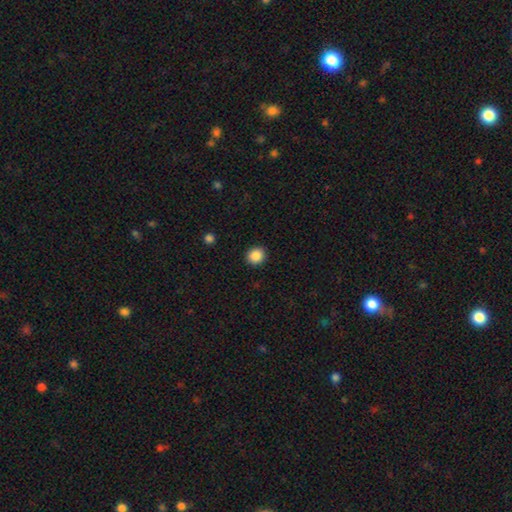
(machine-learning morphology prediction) Smooth or featured: smooth — 88% (star or artifact — 9%)
How rounded: round — 85% (in between — 14%)
Merging: none — 92% (minor disturbance — 5%)